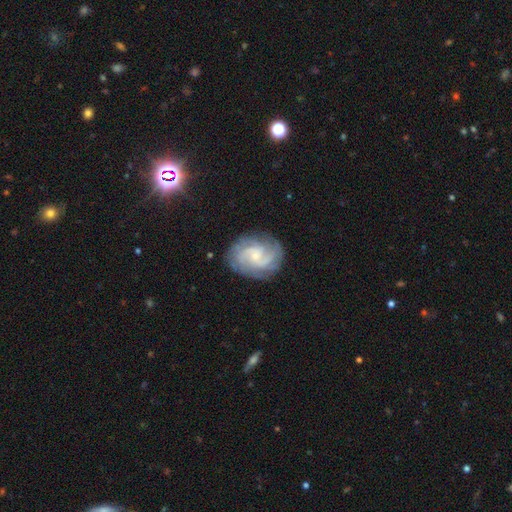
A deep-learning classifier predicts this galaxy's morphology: Overall: featured or disk (85%). Edge-on disk: no (98%). Bar: no (60%; weak 34%). Spiral arms: yes (97%). Spiral arm count: 2 (33%; 3 25%). Spiral winding: tight (50%; medium 40%). Bulge size: small (76%). Merging: none (80%).